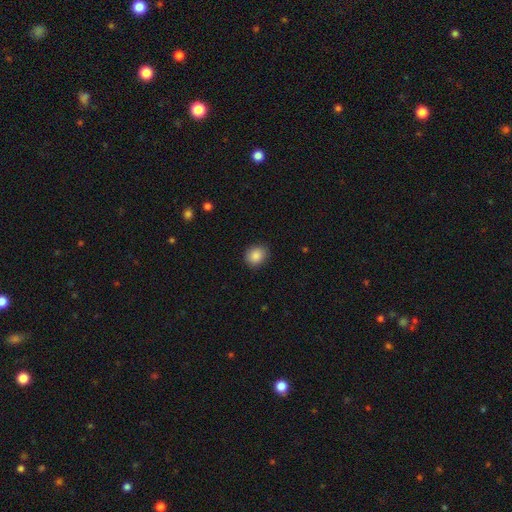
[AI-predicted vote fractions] Smooth or featured? Predicted: smooth (p=0.87). How rounded? Predicted: round (p=0.70). Merging? Predicted: none (p=0.86).